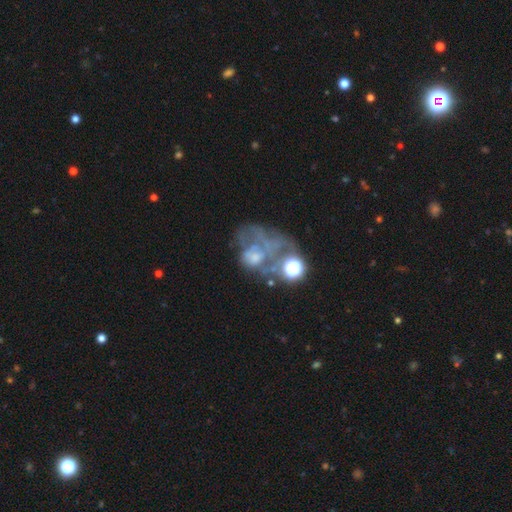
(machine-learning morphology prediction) This appears to be a featured or disk galaxy (49%). Merging: major disturbance (40%).